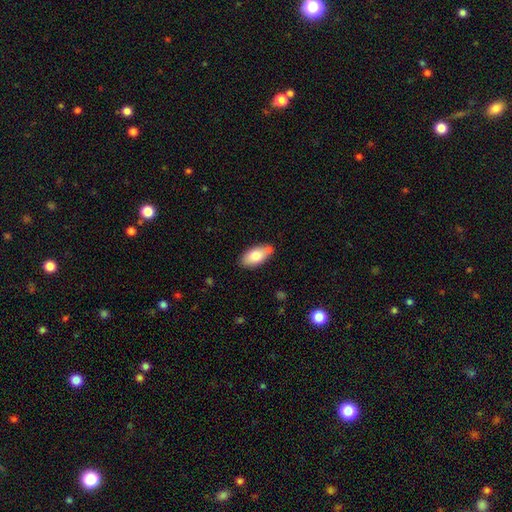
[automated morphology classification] Smooth or featured?
  - smooth: 78% *
  - featured or disk: 16%
  - star or artifact: 7%
How rounded?
  - in between: 93% *
  - cigar-shaped: 4%
  - round: 3%
Merging?
  - none: 66% *
  - minor disturbance: 17%
  - merger: 14%
  - major disturbance: 3%